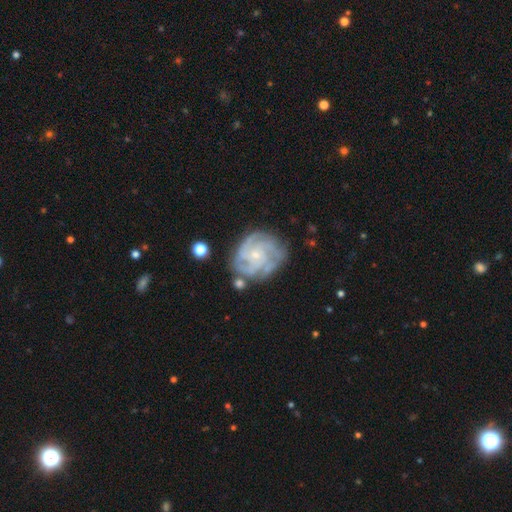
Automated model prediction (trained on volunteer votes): smooth_or_featured: featured or disk (p=0.85) [alt: smooth p=0.09]
disk_edge_on: no (p=0.98) [alt: yes p=0.02]
bar: no (p=0.74) [alt: weak p=0.22]
has_spiral_arms: yes (p=0.96) [alt: no p=0.04]
spiral_winding: tight (p=0.62) [alt: medium p=0.31]
spiral_arm_count: 4 (p=0.35) [alt: 3 p=0.23]
bulge_size: small (p=0.75) [alt: moderate p=0.19]
merging: none (p=0.71) [alt: minor disturbance p=0.18]